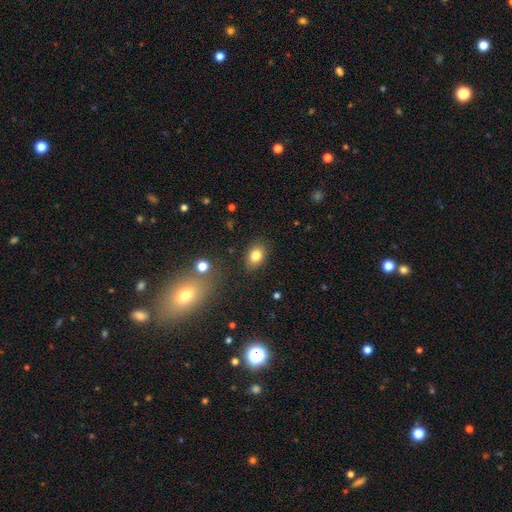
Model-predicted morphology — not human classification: smooth 82%, star or artifact 10%, featured or disk 8%. Down the decision tree: how rounded — in between (76%); merging — none (84%).